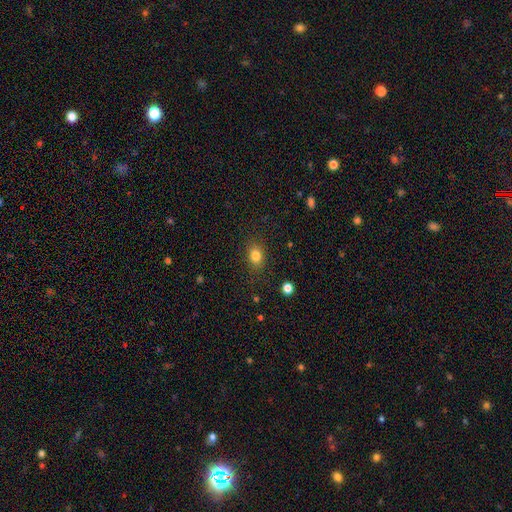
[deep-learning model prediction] Q: Smooth or featured?
A: smooth (83%); runner-up: star or artifact (11%)
Q: How rounded?
A: in between (60%); runner-up: round (39%)
Q: Merging?
A: none (85%); runner-up: minor disturbance (11%)